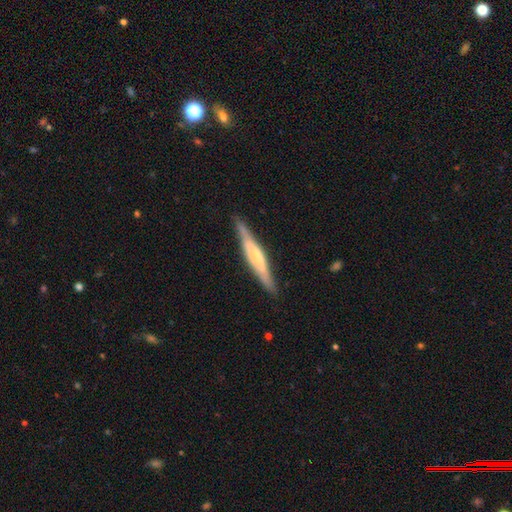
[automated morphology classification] A featured or disk galaxy (61%) viewed edge-on (94%) with a rounded central bulge (42%).

Vote fractions:
- Smooth or featured? featured or disk: 61% / smooth: 34% / star or artifact: 5%
- Edge-on disk? yes: 94% / no: 6%
- Edge-on bulge? rounded: 42% / none: 30% / boxy: 27%
- Merging? none: 87% / minor disturbance: 10% / major disturbance: 2% / merger: 1%